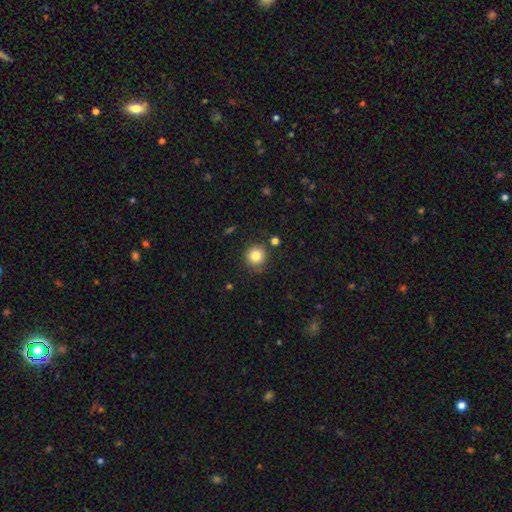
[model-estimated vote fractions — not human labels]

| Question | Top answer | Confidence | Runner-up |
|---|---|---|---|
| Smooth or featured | smooth | 84% | star or artifact (11%) |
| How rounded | round | 93% | in between (6%) |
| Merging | none | 83% | minor disturbance (10%) |